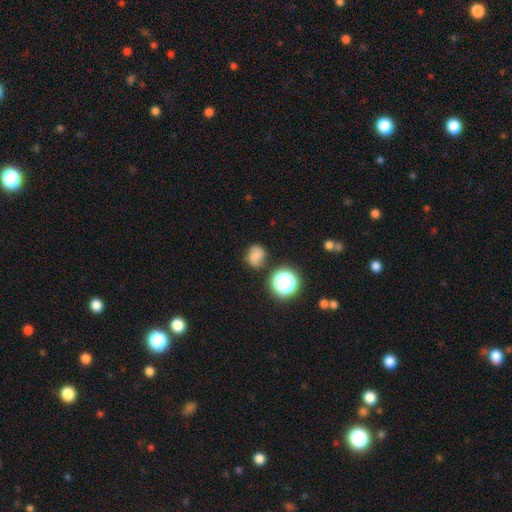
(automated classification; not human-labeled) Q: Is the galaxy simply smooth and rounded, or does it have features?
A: smooth — 64%.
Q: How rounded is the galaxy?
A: round — 60%.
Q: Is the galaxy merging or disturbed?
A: none — 61%.